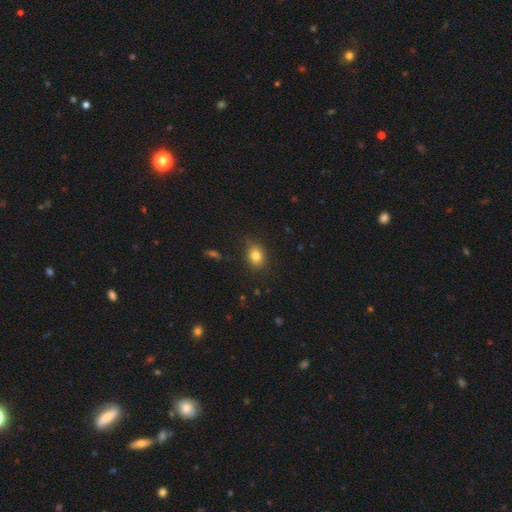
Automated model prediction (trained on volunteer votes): The model was most divided on "how rounded": in between: 60%, round: 39%, cigar-shaped: 1%. More confident: merging — none (82%); smooth or featured — smooth (82%).